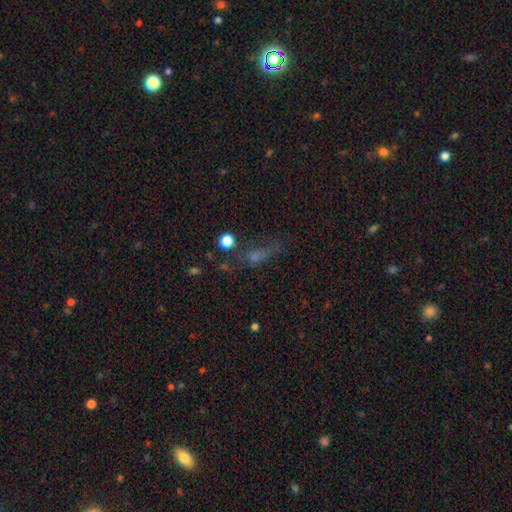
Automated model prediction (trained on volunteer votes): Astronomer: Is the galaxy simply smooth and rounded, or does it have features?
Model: smooth — 43% (runner-up: star or artifact, 37%).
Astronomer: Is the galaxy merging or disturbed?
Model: none — 47% (runner-up: major disturbance, 22%).